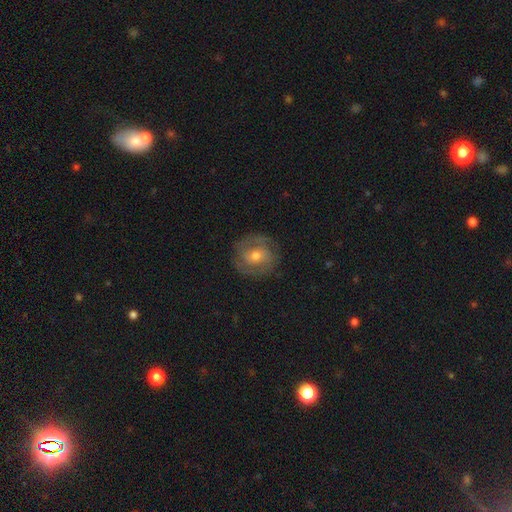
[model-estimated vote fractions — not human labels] Q: Smooth or featured?
A: featured or disk (61%); runner-up: smooth (31%)
Q: Edge-on disk?
A: no (96%); runner-up: yes (4%)
Q: Bar?
A: no (60%); runner-up: weak (31%)
Q: Spiral arms?
A: yes (76%); runner-up: no (24%)
Q: Bulge size?
A: moderate (64%); runner-up: small (30%)
Q: Merging?
A: none (81%); runner-up: minor disturbance (12%)